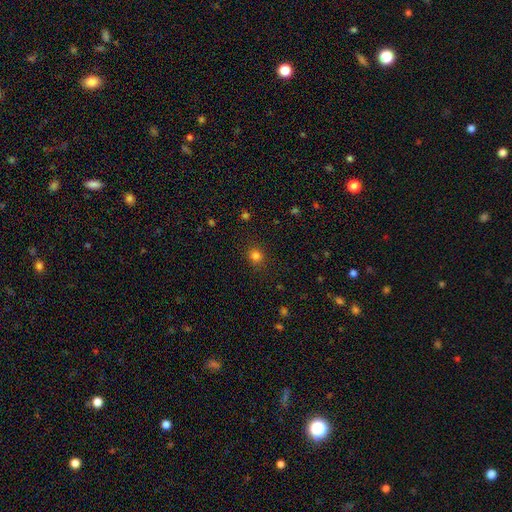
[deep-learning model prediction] Q: Smooth or featured?
A: smooth (81%); runner-up: star or artifact (15%)
Q: How rounded?
A: round (86%); runner-up: in between (13%)
Q: Merging?
A: none (88%); runner-up: minor disturbance (8%)